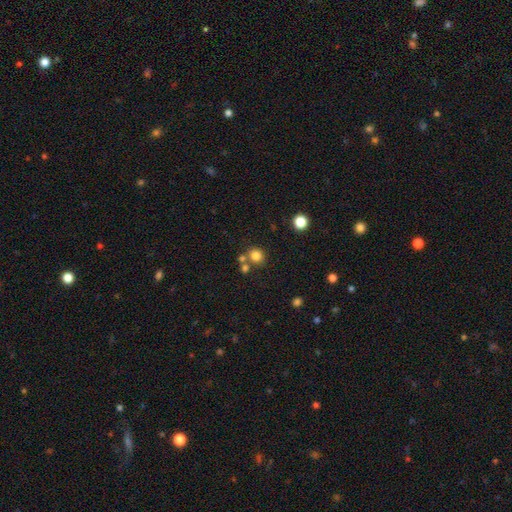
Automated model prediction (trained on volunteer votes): Morphology: type=smooth (80%); roundness=round (85%); merging=none (68%).